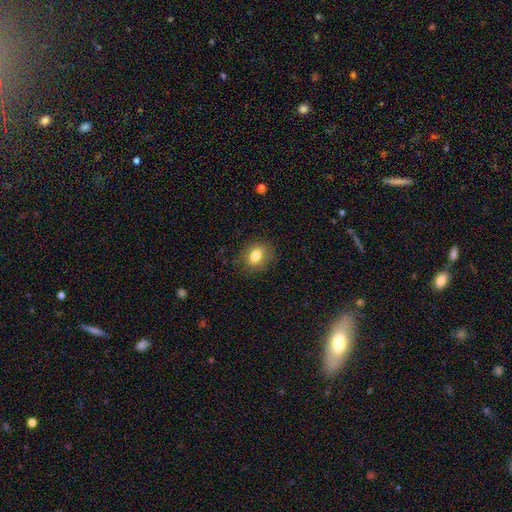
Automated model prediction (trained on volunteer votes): A smooth galaxy with no disk features (81%) that is in between round and cigar-shaped (66%).

Vote fractions:
- Smooth or featured? smooth: 81% / featured or disk: 10% / star or artifact: 9%
- How rounded? in between: 66% / round: 33% / cigar-shaped: 1%
- Merging? none: 82% / minor disturbance: 13% / major disturbance: 4% / merger: 1%